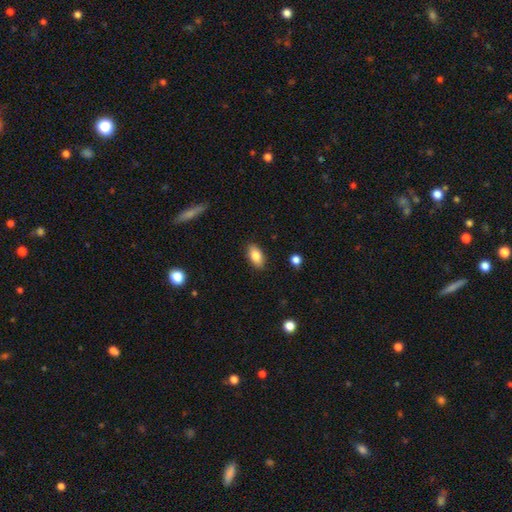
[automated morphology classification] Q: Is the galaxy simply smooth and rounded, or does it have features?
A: smooth — 83%.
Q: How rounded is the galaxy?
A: in between — 89%.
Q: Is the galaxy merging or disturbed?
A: none — 87%.